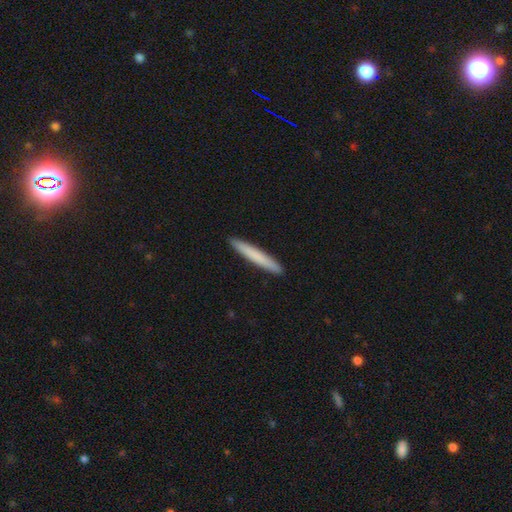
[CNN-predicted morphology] This is likely a smooth galaxy (75%). How rounded: clearly cigar-shaped (96%). Merging: clearly none (93%).